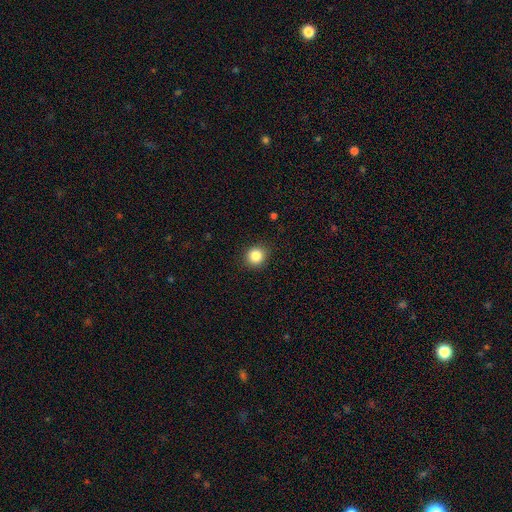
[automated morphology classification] Smooth or featured? smooth (85%)
How rounded? round (87%)
Merging? none (89%)